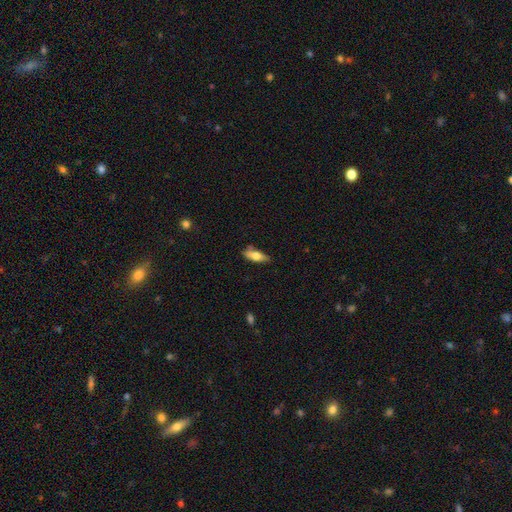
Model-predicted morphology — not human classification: Overall: smooth (69%). How rounded: in between (65%; cigar-shaped 32%). Merging: none (64%; minor disturbance 25%).